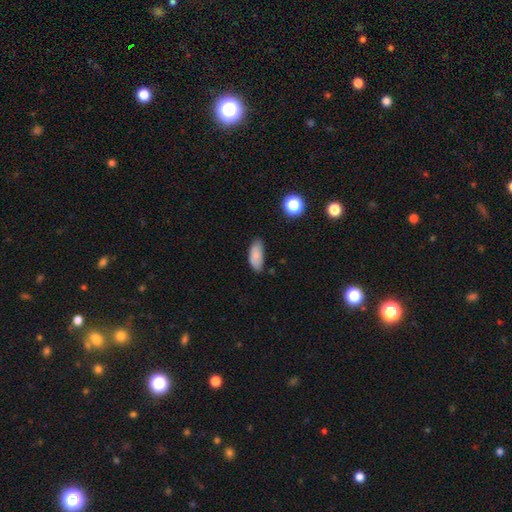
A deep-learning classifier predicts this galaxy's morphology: A smooth galaxy with no disk features (84%) that is in between round and cigar-shaped (86%).

Vote fractions:
- Smooth or featured? smooth: 84% / star or artifact: 8% / featured or disk: 8%
- How rounded? in between: 86% / cigar-shaped: 12% / round: 3%
- Merging? none: 68% / minor disturbance: 26% / major disturbance: 4% / merger: 2%